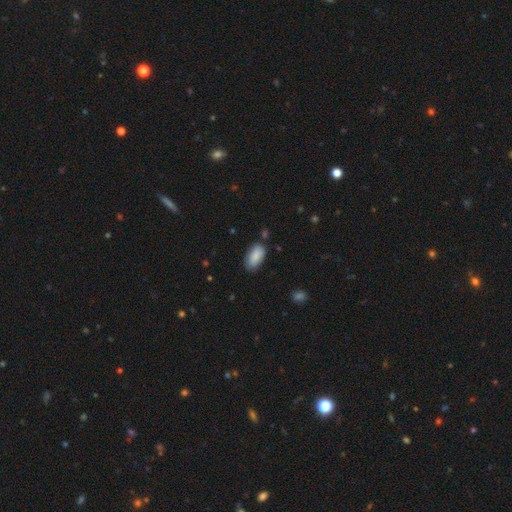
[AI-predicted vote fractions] A smooth galaxy with no disk features (88%) that is in between round and cigar-shaped (94%).

Vote fractions:
- Smooth or featured? smooth: 88% / star or artifact: 6% / featured or disk: 6%
- How rounded? in between: 94% / cigar-shaped: 4% / round: 3%
- Merging? none: 77% / minor disturbance: 18% / major disturbance: 3% / merger: 2%